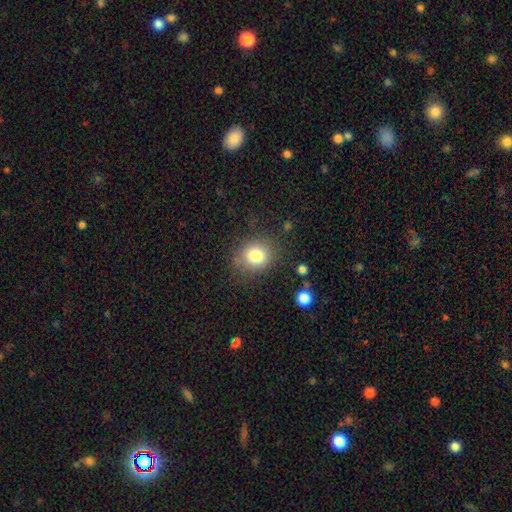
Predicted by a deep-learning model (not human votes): Morphology: type=smooth (80%); roundness=round (73%); merging=none (80%).